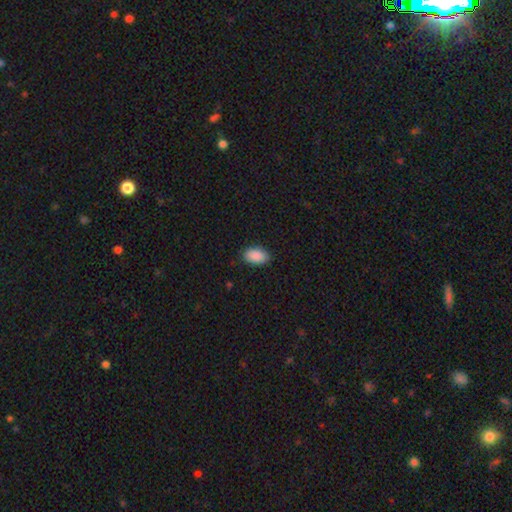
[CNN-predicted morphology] smooth_or_featured: smooth (p=0.90) [alt: star or artifact p=0.07]
how_rounded: in between (p=0.93) [alt: round p=0.05]
merging: none (p=0.85) [alt: minor disturbance p=0.12]